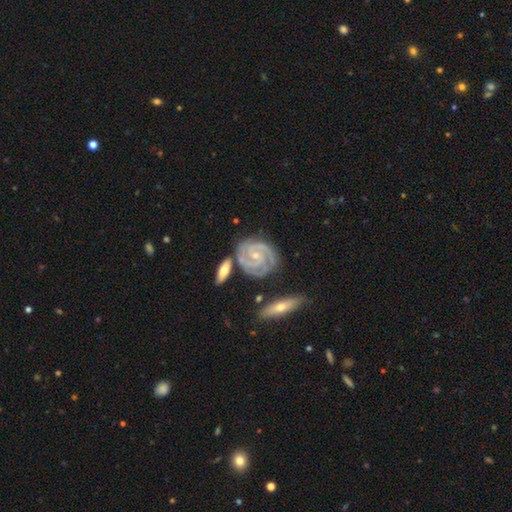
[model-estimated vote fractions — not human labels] Smooth or featured: featured or disk — 90% (smooth — 6%)
Edge-on disk: no — 97% (yes — 3%)
Bar: no — 63% (weak — 28%)
Spiral arms: yes — 98% (no — 2%)
Spiral winding: tight — 74% (medium — 23%)
Spiral arm count: 2 — 39% (3 — 36%)
Bulge size: small — 70% (moderate — 26%)
Merging: none — 66% (minor disturbance — 19%)